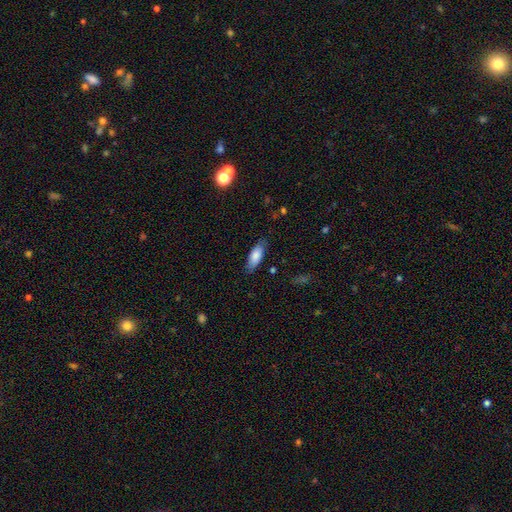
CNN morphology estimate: Smooth or featured?
  - smooth: 83% *
  - featured or disk: 11%
  - star or artifact: 6%
How rounded?
  - in between: 77% *
  - cigar-shaped: 21%
  - round: 2%
Merging?
  - none: 80% *
  - minor disturbance: 15%
  - major disturbance: 3%
  - merger: 1%